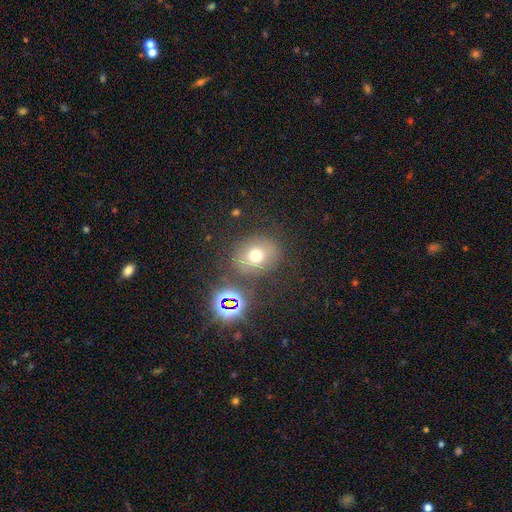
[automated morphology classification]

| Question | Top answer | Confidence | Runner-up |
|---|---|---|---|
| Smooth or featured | smooth | 64% | star or artifact (20%) |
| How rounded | round | 66% | in between (33%) |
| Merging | none | 76% | minor disturbance (12%) |